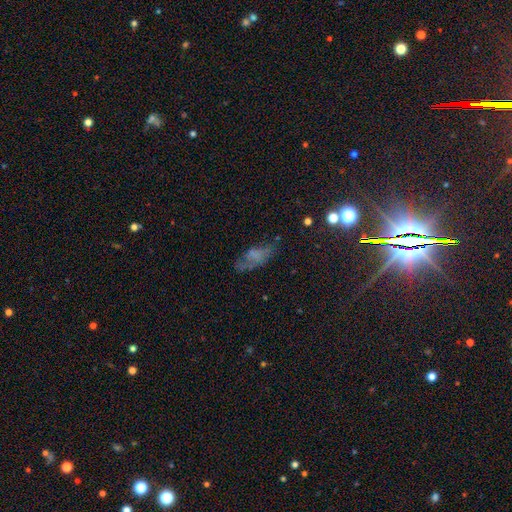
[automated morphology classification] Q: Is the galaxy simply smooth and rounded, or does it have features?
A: smooth — 50%.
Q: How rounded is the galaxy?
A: in between — 76%.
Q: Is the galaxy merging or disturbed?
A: none — 47%.